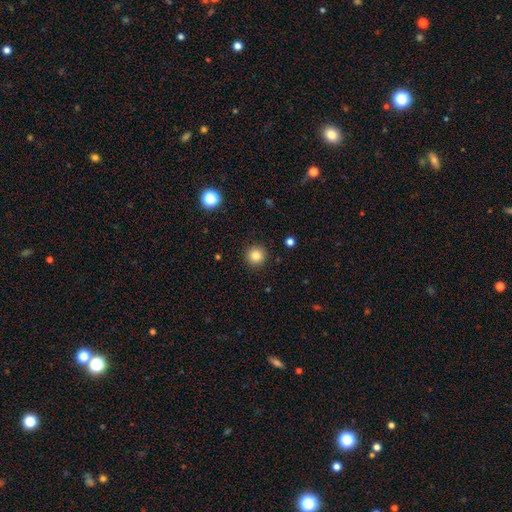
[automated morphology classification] This is clearly a smooth galaxy (83%). How rounded: clearly round (95%). Merging: clearly none (92%).